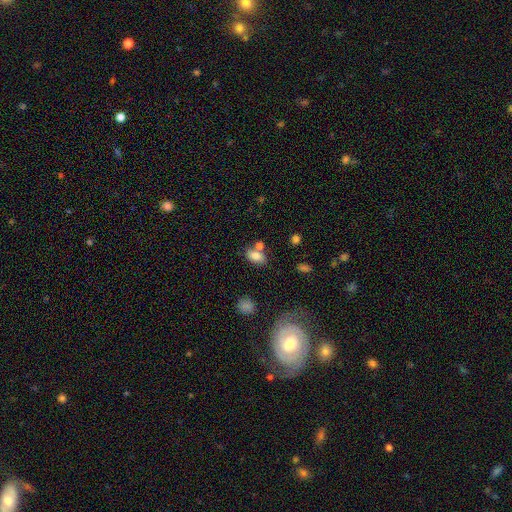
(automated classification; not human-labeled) Overall: smooth (81%). How rounded: in between (88%). Merging: none (55%; merger 27%).